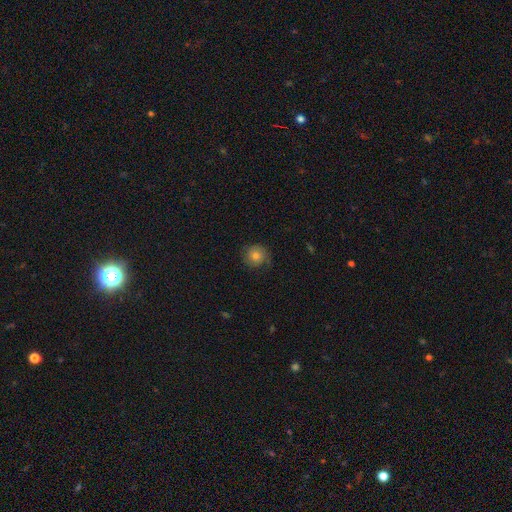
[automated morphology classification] This appears to be a smooth galaxy with no disk features (65%) that is round (91%). Merging: none (75%).